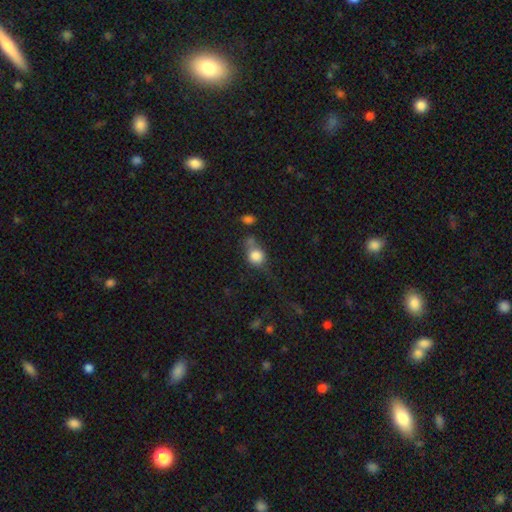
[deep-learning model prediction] A smooth galaxy with no disk features (78%) that is round (72%).

Vote fractions:
- Smooth or featured? smooth: 78% / featured or disk: 11% / star or artifact: 10%
- How rounded? round: 72% / in between: 26% / cigar-shaped: 2%
- Merging? none: 40% / merger: 23% / minor disturbance: 23% / major disturbance: 14%